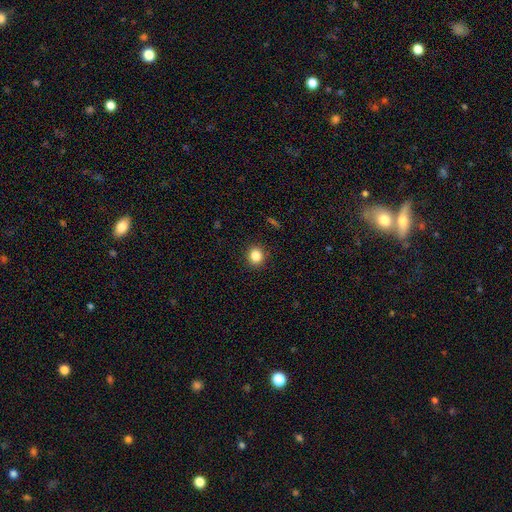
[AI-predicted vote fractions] Smooth or featured? Predicted: smooth (p=0.84). How rounded? Predicted: round (p=0.85). Merging? Predicted: none (p=0.91).